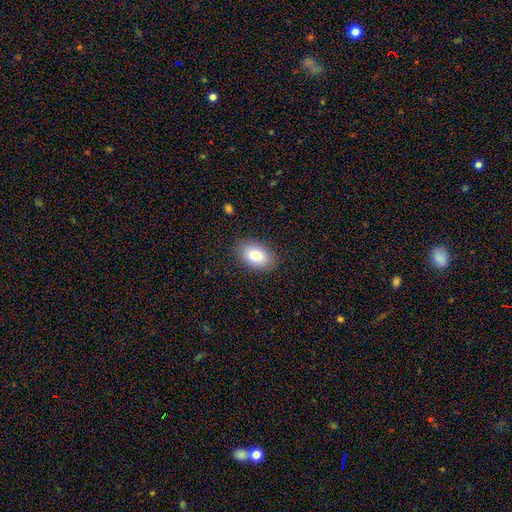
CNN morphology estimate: Q: Smooth or featured?
A: smooth (84%); runner-up: featured or disk (9%)
Q: How rounded?
A: in between (91%); runner-up: round (8%)
Q: Merging?
A: none (86%); runner-up: minor disturbance (10%)